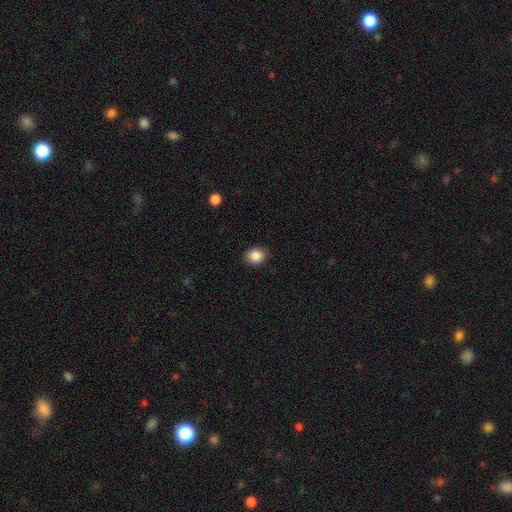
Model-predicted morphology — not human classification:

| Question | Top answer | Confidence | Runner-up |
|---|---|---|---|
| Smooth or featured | smooth | 87% | star or artifact (9%) |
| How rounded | round | 63% | in between (36%) |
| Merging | none | 89% | minor disturbance (8%) |